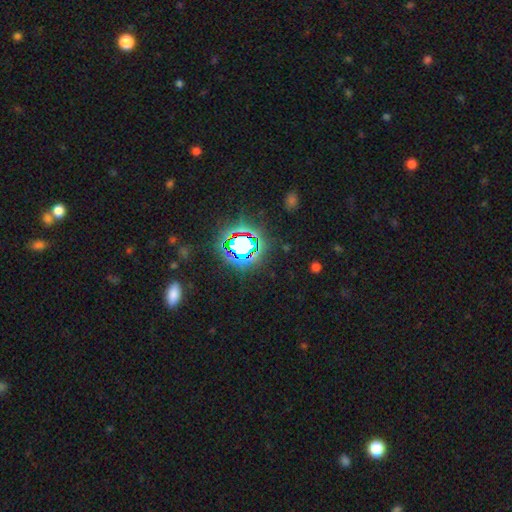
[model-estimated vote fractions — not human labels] This is likely a star or artifact rather than a galaxy (77%).